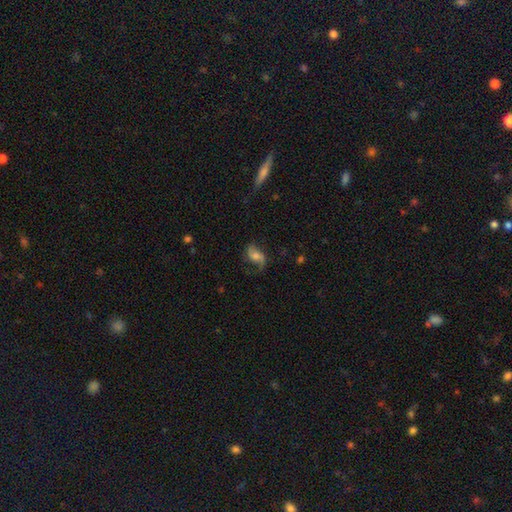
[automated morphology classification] Smooth or featured?
  - featured or disk: 64% *
  - smooth: 28%
  - star or artifact: 8%
Edge-on disk?
  - no: 96% *
  - yes: 4%
Bar?
  - no: 56% *
  - weak: 33%
  - strong: 11%
Spiral arms?
  - yes: 92% *
  - no: 8%
Spiral winding?
  - loose: 68% *
  - medium: 25%
  - tight: 7%
Spiral arm count?
  - 2: 82% *
  - 1: 11%
  - can't tell: 4%
  - 3: 1%
  - 4: 1%
  - more than 4: 1%
Bulge size?
  - moderate: 48% *
  - small: 32%
  - large: 11%
  - none: 7%
  - dominant: 2%
Merging?
  - none: 64% *
  - minor disturbance: 21%
  - major disturbance: 14%
  - merger: 2%